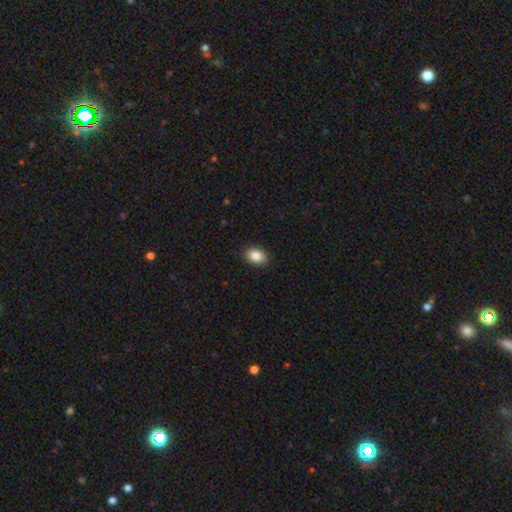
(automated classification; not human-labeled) A smooth galaxy with no disk features (87%) that is in between round and cigar-shaped (83%). Merging: none (90%).